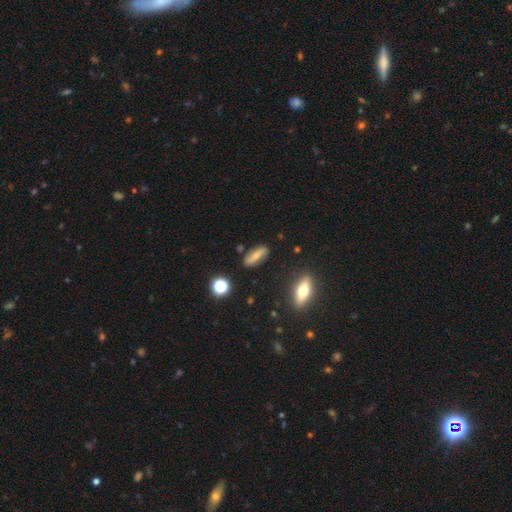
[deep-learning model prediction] The model was most divided on "smooth or featured": smooth: 46%, featured or disk: 44%, star or artifact: 10%. More confident: merging — none (82%).